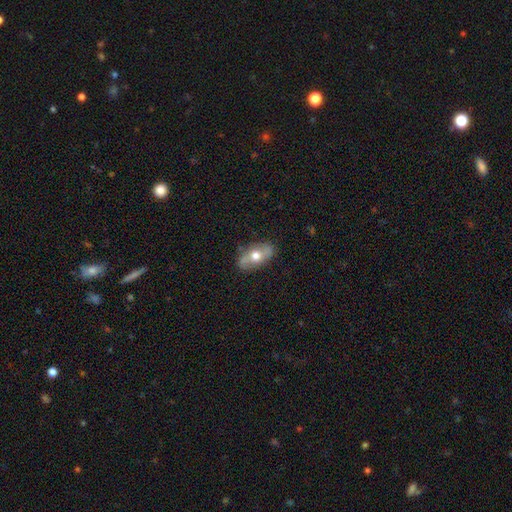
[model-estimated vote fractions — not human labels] Smooth or featured?
  - smooth: 50% *
  - featured or disk: 44%
  - star or artifact: 6%
Merging?
  - none: 82% *
  - minor disturbance: 14%
  - major disturbance: 3%
  - merger: 2%